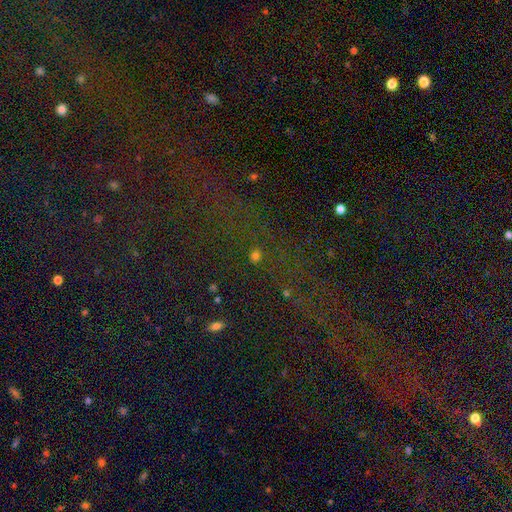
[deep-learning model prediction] This appears to be a star or artifact, not a galaxy (48%).